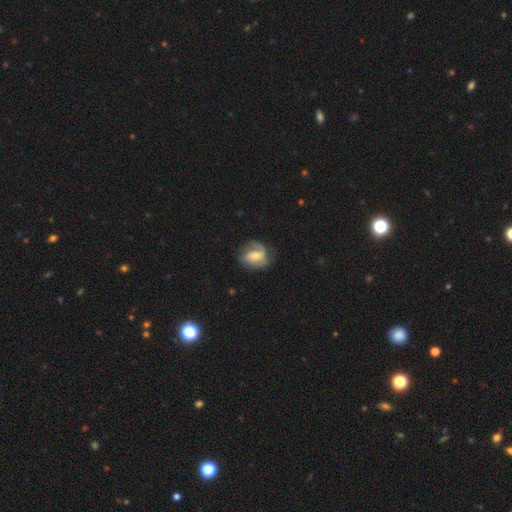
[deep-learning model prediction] Overall: featured or disk (68%). Edge-on disk: no (97%). Bar: weak (45%; no 31%). Spiral arms: yes (88%). Spiral arm count: 2 (60%). Spiral winding: medium (44%; loose 29%). Bulge size: moderate (53%; small 39%). Merging: none (63%; minor disturbance 23%).